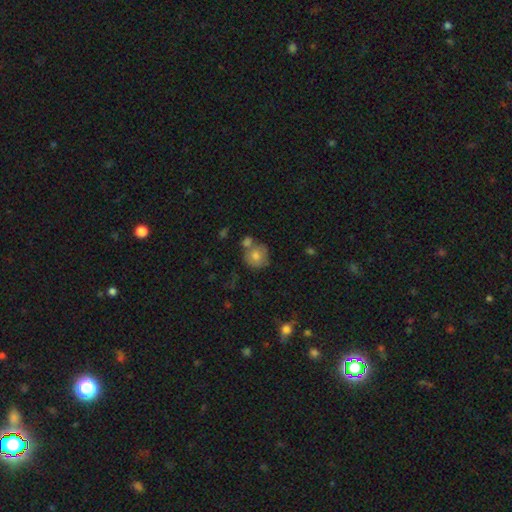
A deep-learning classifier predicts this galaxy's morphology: Smooth or featured: smooth — 74% (featured or disk — 17%)
How rounded: round — 88% (in between — 11%)
Merging: none — 57% (merger — 25%)